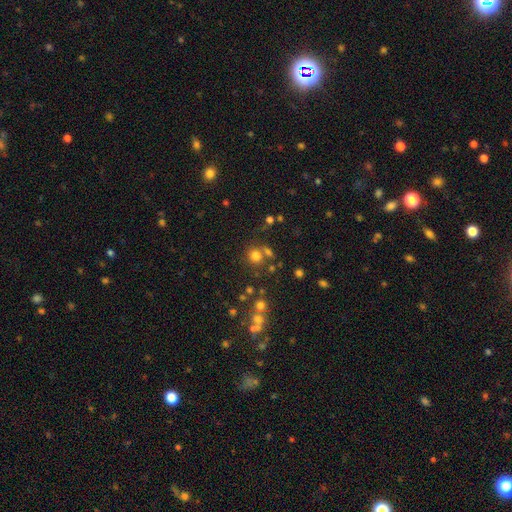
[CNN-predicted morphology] This appears to be a smooth galaxy with no disk features (74%) that is round (86%). Merging: none (67%).